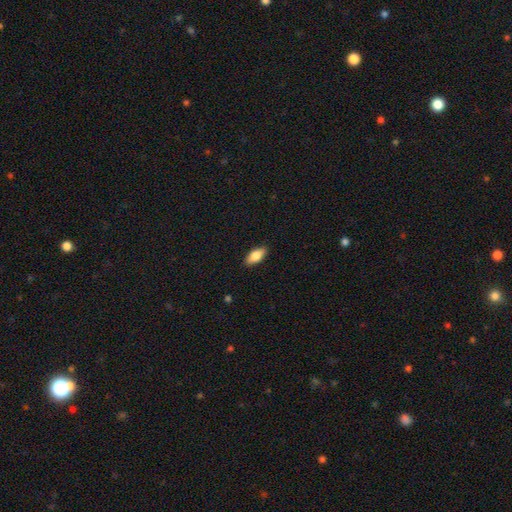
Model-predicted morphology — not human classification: A smooth galaxy with no disk features (80%) that is in between round and cigar-shaped (85%). Merging: none (88%).